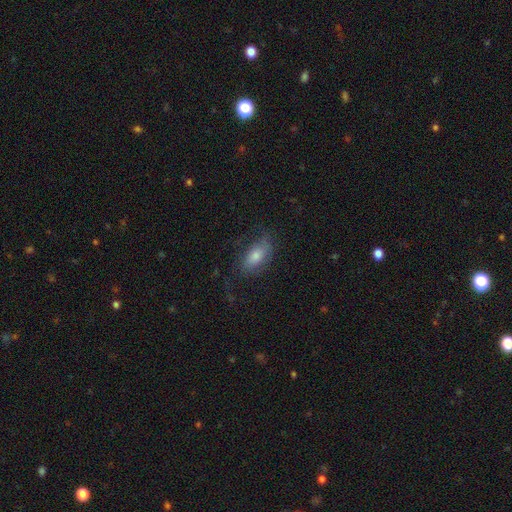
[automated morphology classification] A smooth galaxy with no disk features (53%) that is in between round and cigar-shaped (86%).

Vote fractions:
- Smooth or featured? smooth: 53% / featured or disk: 37% / star or artifact: 11%
- How rounded? in between: 86% / cigar-shaped: 8% / round: 6%
- Merging? none: 58% / minor disturbance: 21% / major disturbance: 19% / merger: 2%